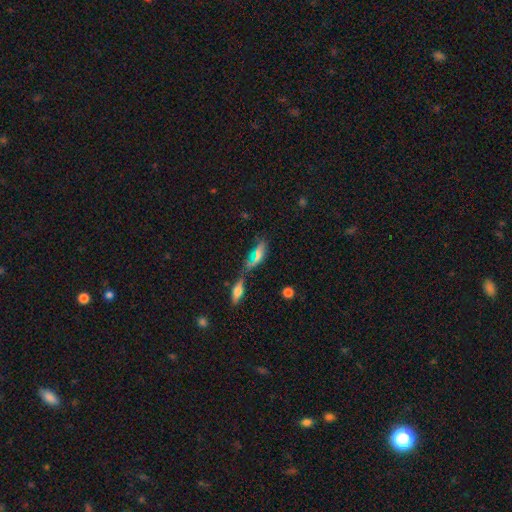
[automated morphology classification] A smooth galaxy with no disk features (52%) that is in between round and cigar-shaped (67%). Merging: none (39%).